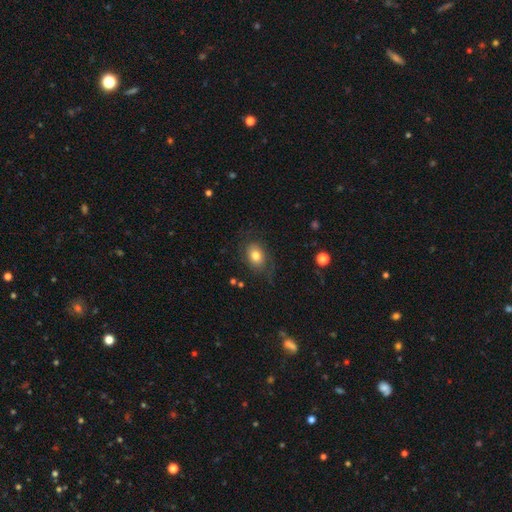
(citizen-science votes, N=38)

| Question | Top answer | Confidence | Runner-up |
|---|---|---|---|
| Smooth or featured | smooth | 82% | featured or disk (16%) |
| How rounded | in between | 77% | round (23%) |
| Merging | none | 68% | minor disturbance (19%) |